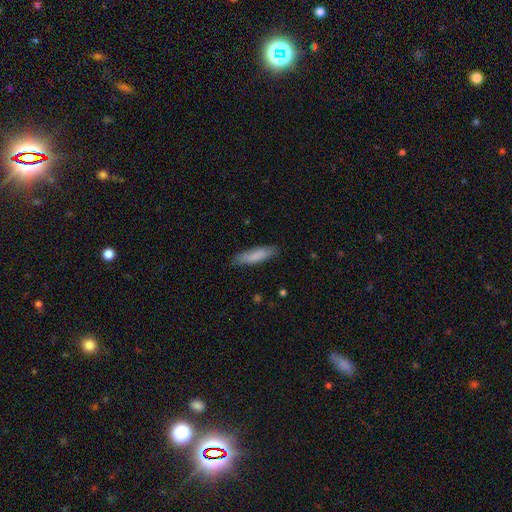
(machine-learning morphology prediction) A smooth galaxy with no disk features (83%) that is cigar-shaped (70%). Merging: none (83%).